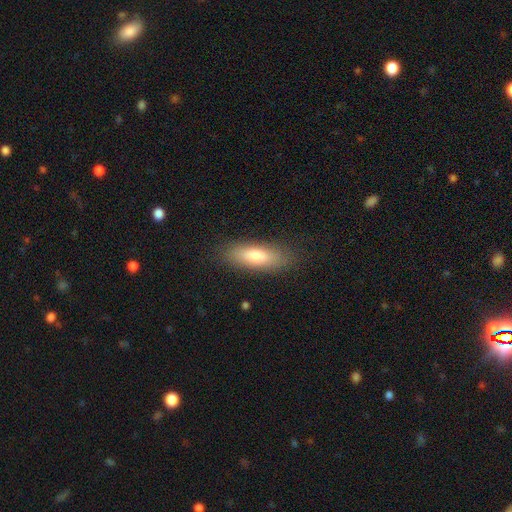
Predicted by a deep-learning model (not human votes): This appears to be a smooth galaxy with no disk features (76%) that is in between round and cigar-shaped (59%). Merging: none (85%).